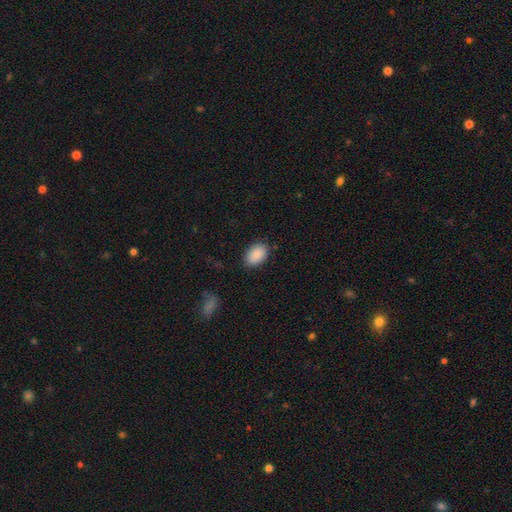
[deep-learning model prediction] Smooth or featured? smooth (90%)
How rounded? in between (88%)
Merging? none (85%)